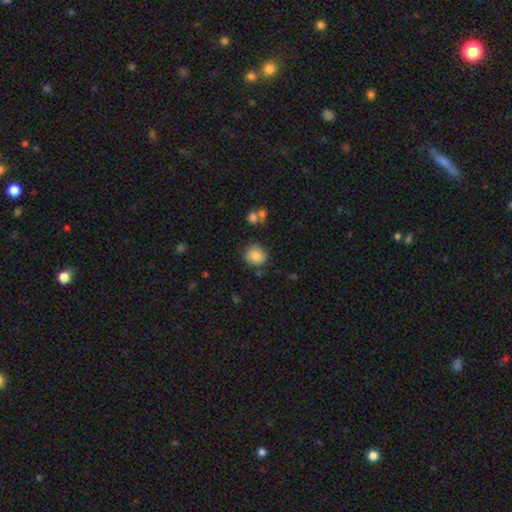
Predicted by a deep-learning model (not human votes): The model was most divided on "how rounded": round: 69%, in between: 30%, cigar-shaped: 1%. More confident: smooth or featured — smooth (86%); merging — none (77%).